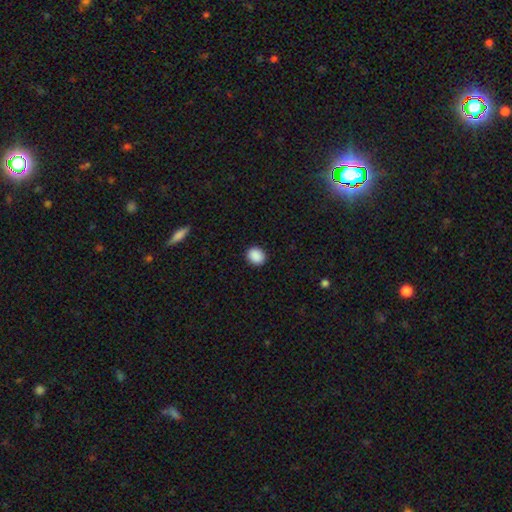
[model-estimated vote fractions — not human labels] A smooth galaxy with no disk features (90%) that is round (67%). Merging: none (91%).